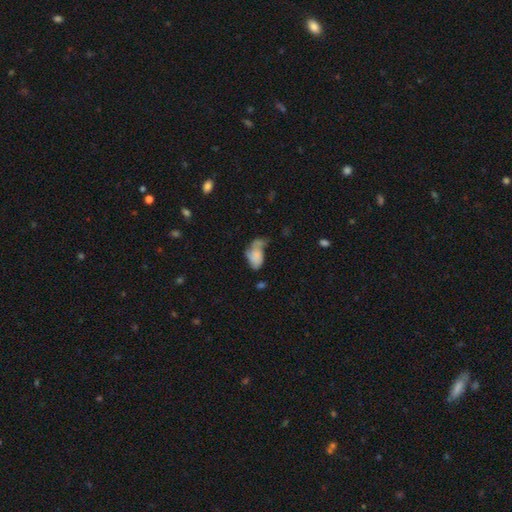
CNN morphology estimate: Overall: smooth (64%; featured or disk 27%). How rounded: in between (89%). Merging: major disturbance (33%; minor disturbance 25%).